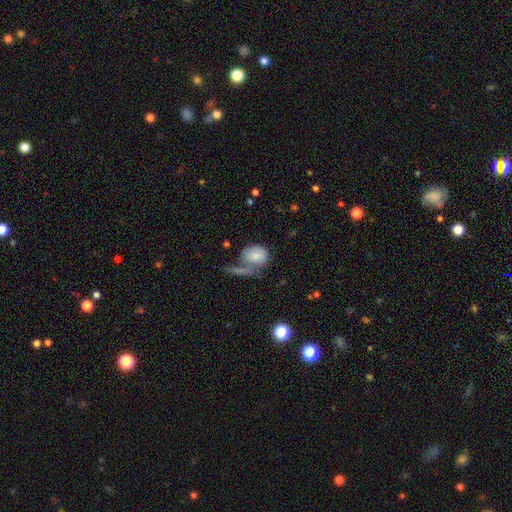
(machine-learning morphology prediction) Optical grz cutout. It shows a smooth galaxy with no disk features (78%) that is round (55%). Merging: none (39%).